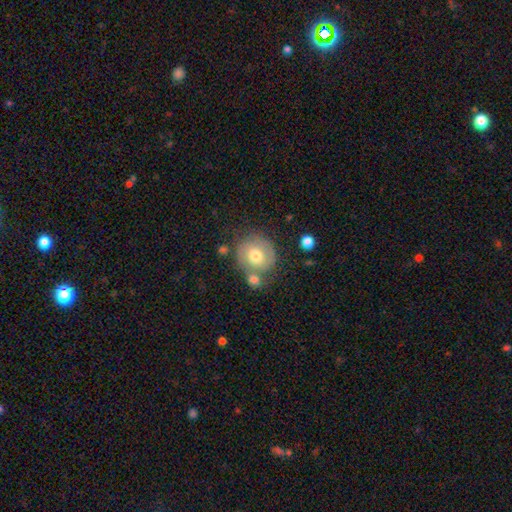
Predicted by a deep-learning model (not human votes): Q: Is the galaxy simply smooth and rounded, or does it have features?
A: smooth — 53%.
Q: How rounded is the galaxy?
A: round — 84%.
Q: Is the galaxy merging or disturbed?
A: none — 55%.